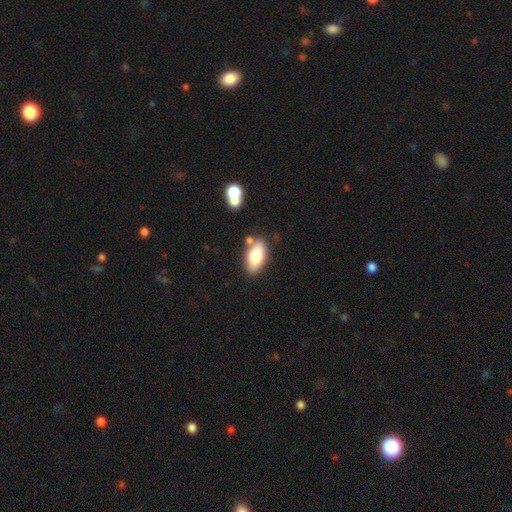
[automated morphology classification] Smooth or featured? Predicted: smooth (p=0.75). How rounded? Predicted: in between (p=0.90). Merging? Predicted: none (p=0.74).